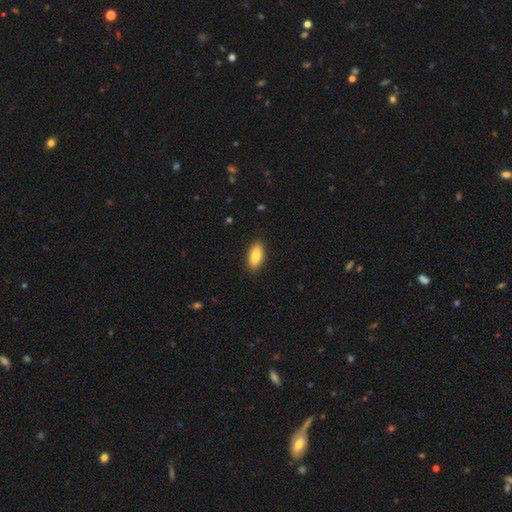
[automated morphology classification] smooth 86%, featured or disk 8%, star or artifact 6%. Down the decision tree: how rounded — in between (87%); merging — none (89%).